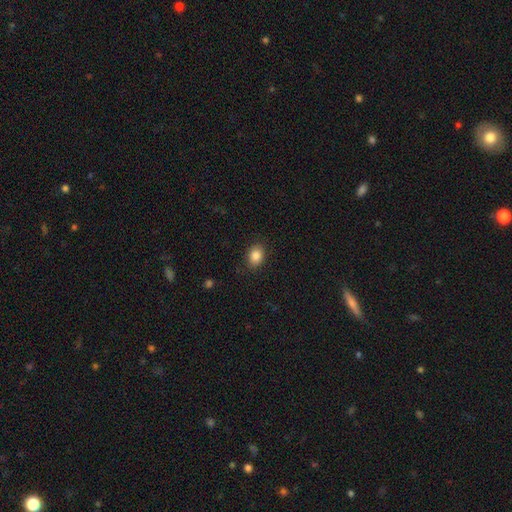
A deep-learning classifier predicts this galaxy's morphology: Q: Smooth or featured?
A: smooth (86%); runner-up: star or artifact (9%)
Q: How rounded?
A: in between (63%); runner-up: round (36%)
Q: Merging?
A: none (87%); runner-up: minor disturbance (10%)